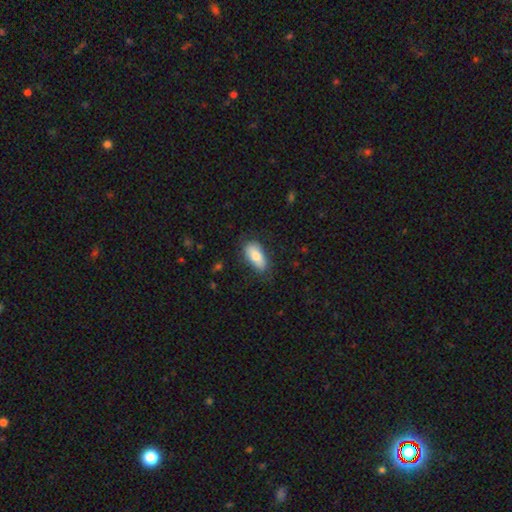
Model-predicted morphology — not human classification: A smooth galaxy with no disk features (80%) that is in between round and cigar-shaped (84%). Merging: none (71%).